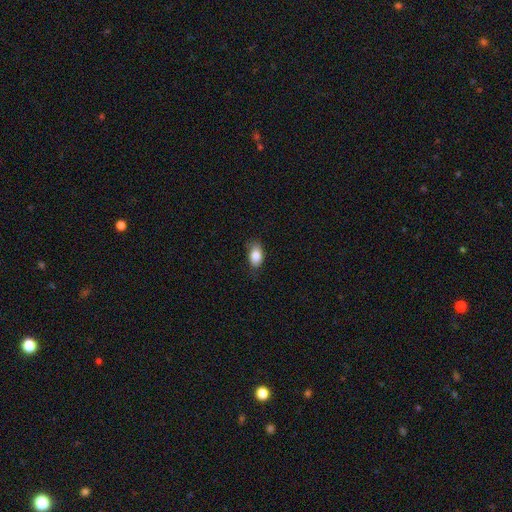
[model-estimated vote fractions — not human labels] Overall: smooth (84%). How rounded: in between (88%). Merging: none (76%).